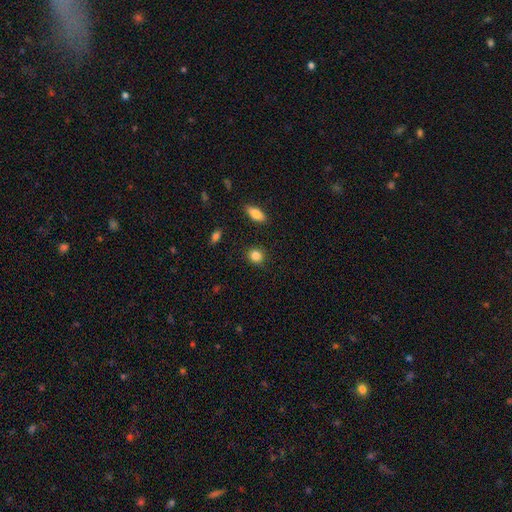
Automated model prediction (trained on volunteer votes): This appears to be a smooth galaxy with no disk features (86%) that is round (78%). Merging: none (89%).